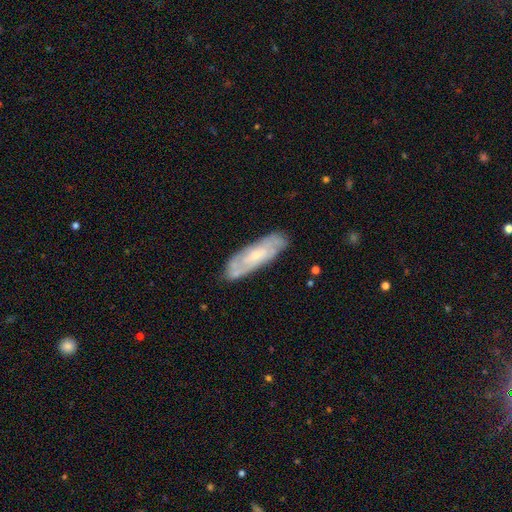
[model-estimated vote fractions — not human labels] Morphology: type=featured or disk (59%); edge-on=no (76%); merging=none (79%).